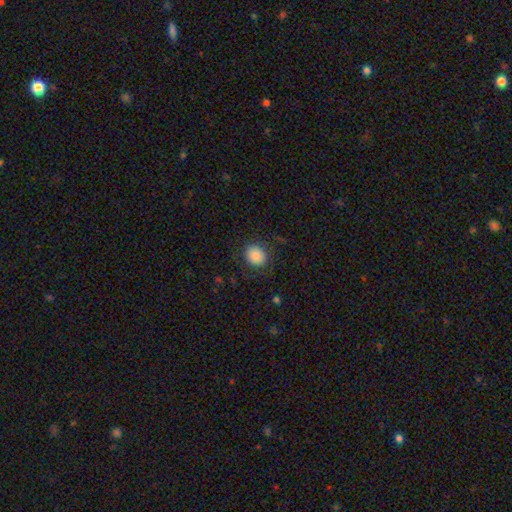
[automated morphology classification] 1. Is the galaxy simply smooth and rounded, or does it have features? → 86% smooth, 9% star or artifact, 5% featured or disk.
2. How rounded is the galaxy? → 76% round, 23% in between, 1% cigar-shaped.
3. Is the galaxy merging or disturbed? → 83% none, 11% minor disturbance, 6% major disturbance, 1% merger.